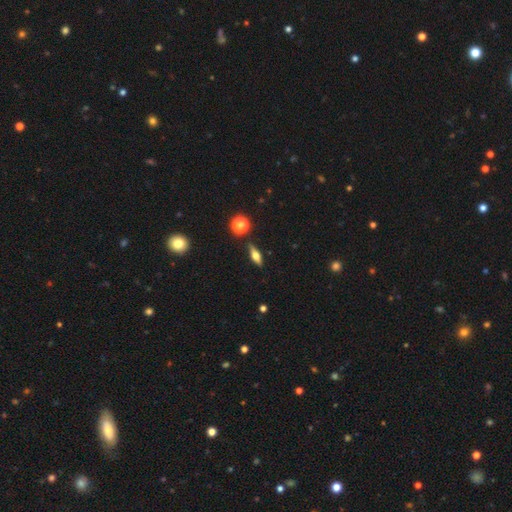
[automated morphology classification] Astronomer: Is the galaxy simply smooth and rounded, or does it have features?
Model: featured or disk — 47% (runner-up: smooth, 44%).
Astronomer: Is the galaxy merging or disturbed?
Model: none — 85%.